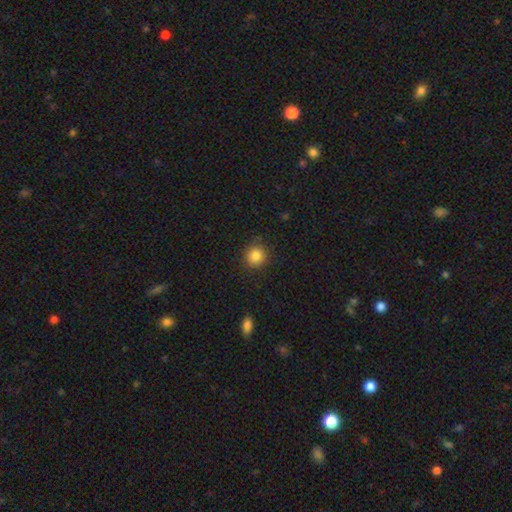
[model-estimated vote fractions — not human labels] This is clearly a smooth galaxy (86%). How rounded: clearly round (91%). Merging: clearly none (88%).